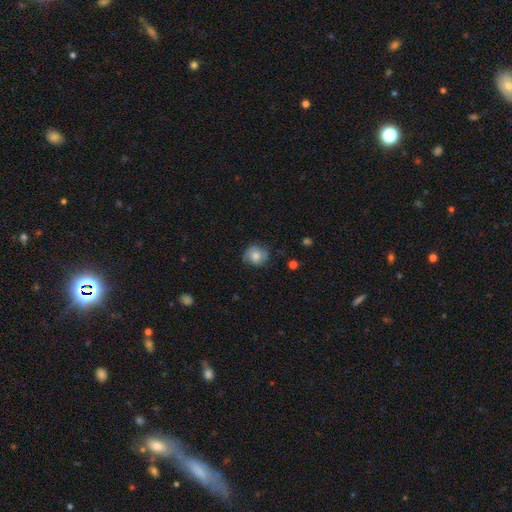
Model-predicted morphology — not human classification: Smooth or featured?
  - smooth: 67% *
  - featured or disk: 24%
  - star or artifact: 9%
How rounded?
  - round: 81% *
  - in between: 18%
  - cigar-shaped: 1%
Merging?
  - none: 69% *
  - minor disturbance: 23%
  - major disturbance: 7%
  - merger: 1%